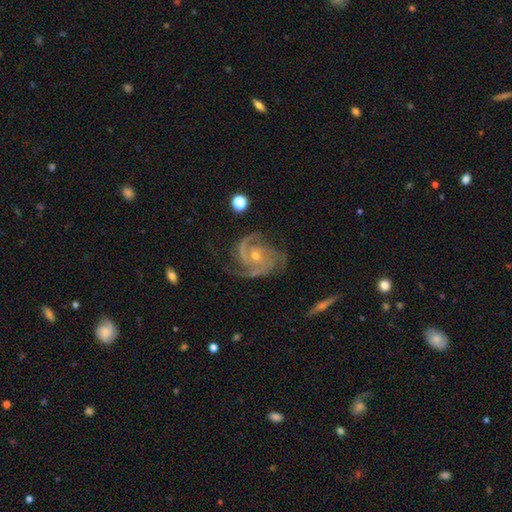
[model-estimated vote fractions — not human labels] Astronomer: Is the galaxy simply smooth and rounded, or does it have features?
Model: featured or disk — 92%.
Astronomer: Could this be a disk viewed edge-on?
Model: no — 98%.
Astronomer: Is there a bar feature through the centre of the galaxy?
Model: no — 69%.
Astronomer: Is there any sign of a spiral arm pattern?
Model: yes — 98%.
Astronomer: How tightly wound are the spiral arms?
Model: tight — 47% (runner-up: medium, 45%).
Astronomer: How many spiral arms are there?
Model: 3 — 50% (runner-up: 2, 26%).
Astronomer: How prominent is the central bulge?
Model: small — 58% (runner-up: moderate, 39%).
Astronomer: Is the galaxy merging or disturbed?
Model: none — 67%.